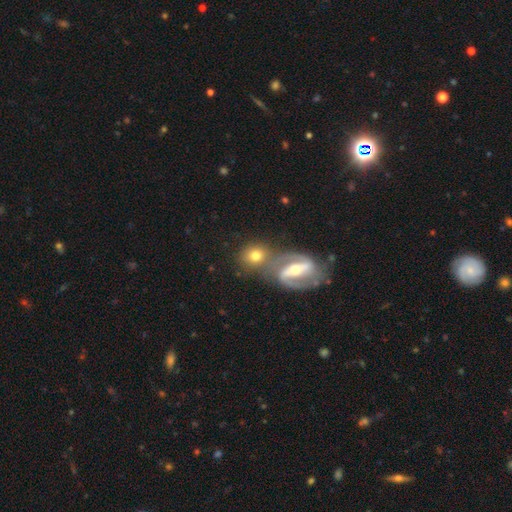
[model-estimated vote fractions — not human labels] Smooth or featured? Predicted: smooth (p=0.56). How rounded? Predicted: round (p=0.69). Merging? Predicted: none (p=0.50).